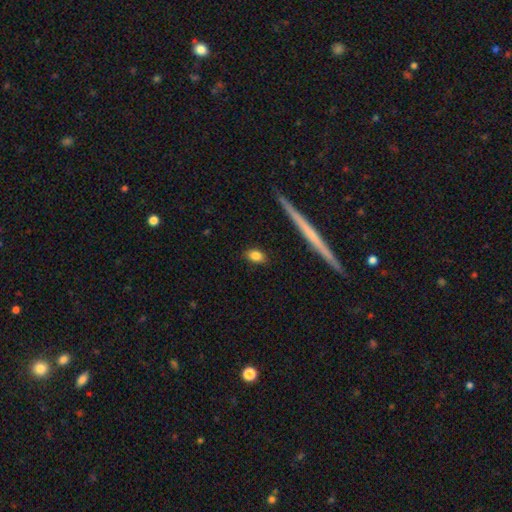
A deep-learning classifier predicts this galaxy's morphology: This is clearly a smooth galaxy (82%). How rounded: likely in between (78%). Merging: clearly none (87%).